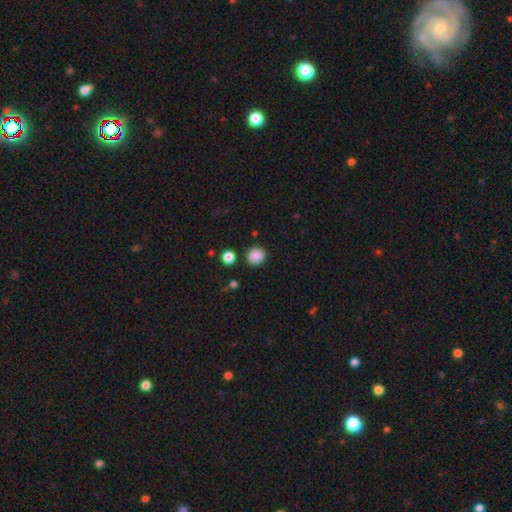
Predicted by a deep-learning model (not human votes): smooth 87%, star or artifact 10%, featured or disk 3%. Down the decision tree: how rounded — round (89%); merging — none (87%).